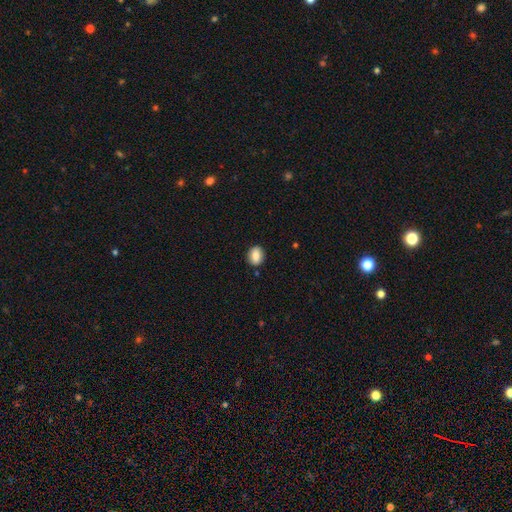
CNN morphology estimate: This is clearly a smooth galaxy (84%). How rounded: possibly in between (57%). Merging: clearly none (88%).